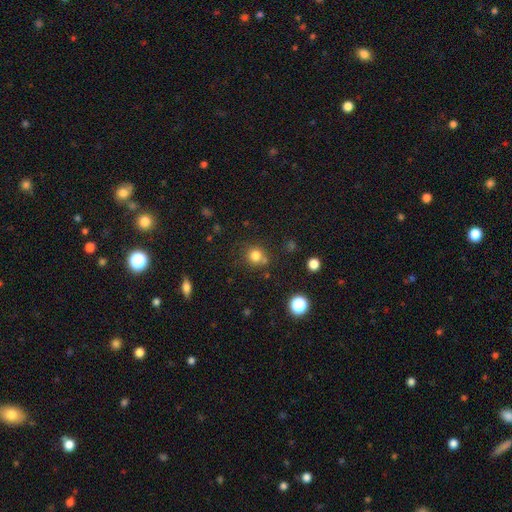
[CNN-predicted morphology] A smooth galaxy with no disk features (79%) that is round (90%).

Vote fractions:
- Smooth or featured? smooth: 79% / star or artifact: 14% / featured or disk: 6%
- How rounded? round: 90% / in between: 9% / cigar-shaped: 1%
- Merging? none: 71% / merger: 14% / minor disturbance: 11% / major disturbance: 4%